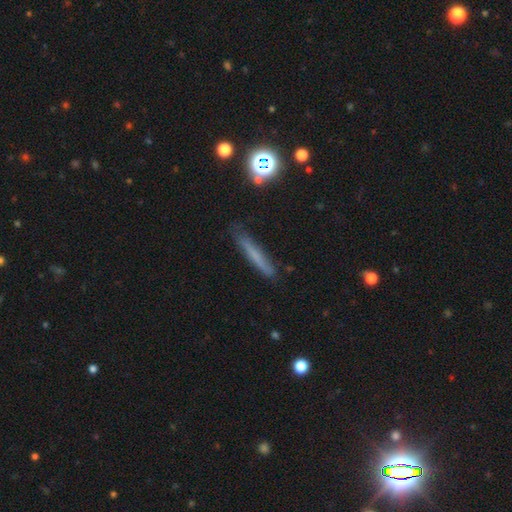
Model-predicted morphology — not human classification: This appears to be a smooth galaxy with no disk features (59%) that is cigar-shaped (93%). Merging: none (80%).